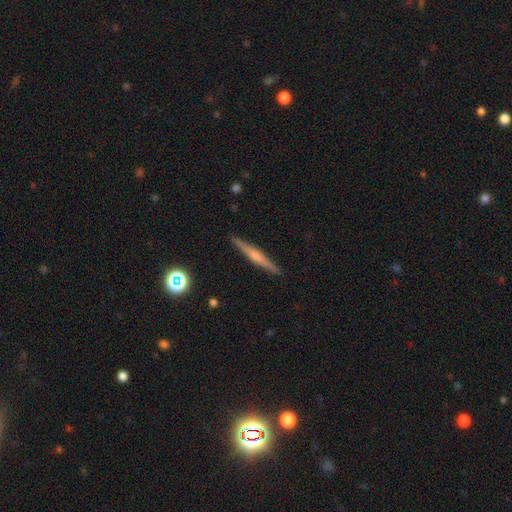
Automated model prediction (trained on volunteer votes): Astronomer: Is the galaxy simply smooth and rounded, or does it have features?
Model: featured or disk — 66%.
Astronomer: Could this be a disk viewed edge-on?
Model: yes — 98%.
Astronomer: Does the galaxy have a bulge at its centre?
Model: rounded — 72%.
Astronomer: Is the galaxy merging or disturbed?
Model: none — 92%.